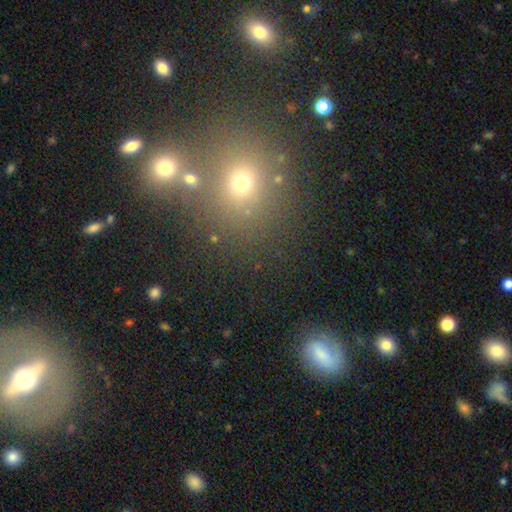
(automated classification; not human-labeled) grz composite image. It shows a smooth galaxy with no disk features (47%). Merging: none (74%).